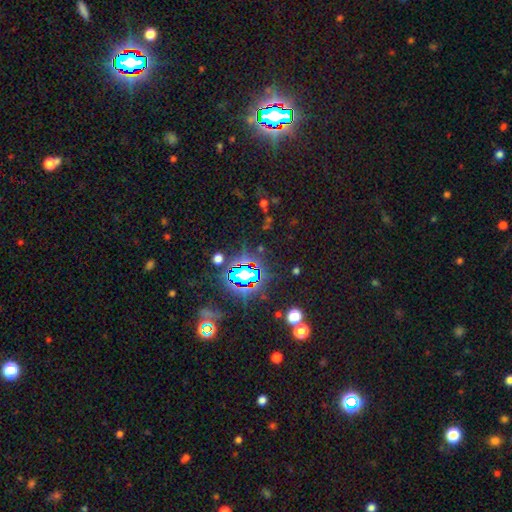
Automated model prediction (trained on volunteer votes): star or artifact 83%, smooth 10%, featured or disk 8%.